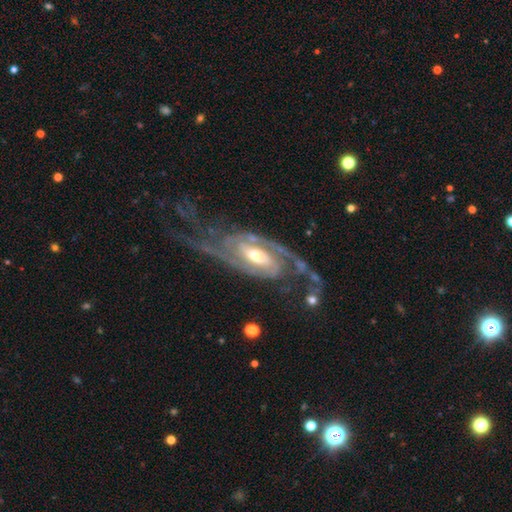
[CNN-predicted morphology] featured or disk 92%, smooth 4%, star or artifact 4%. Down the decision tree: edge-on disk — no (95%); bar — weak (39%); spiral arms — yes (98%); spiral arm count — 2 (86%); spiral winding — medium (43%); bulge size — moderate (65%); merging — none (62%).